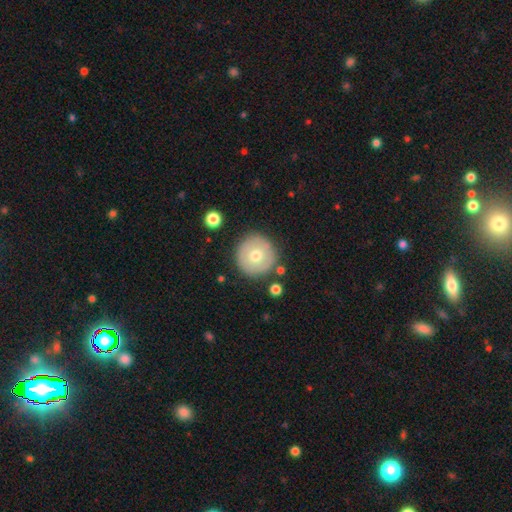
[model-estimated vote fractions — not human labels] Overall: smooth (64%; featured or disk 28%). How rounded: round (95%). Merging: none (86%).